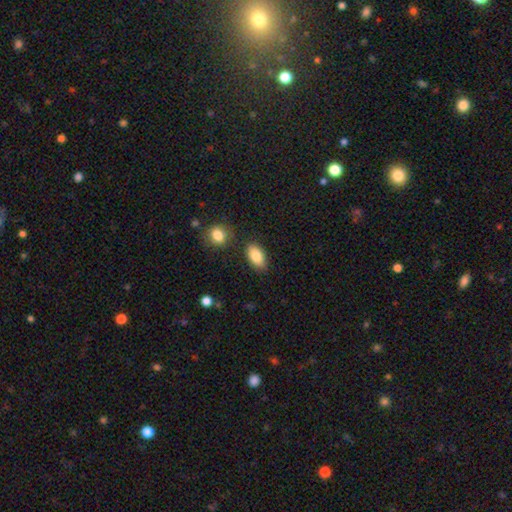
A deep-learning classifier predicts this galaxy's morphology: Overall: smooth (86%). How rounded: in between (92%). Merging: none (81%).